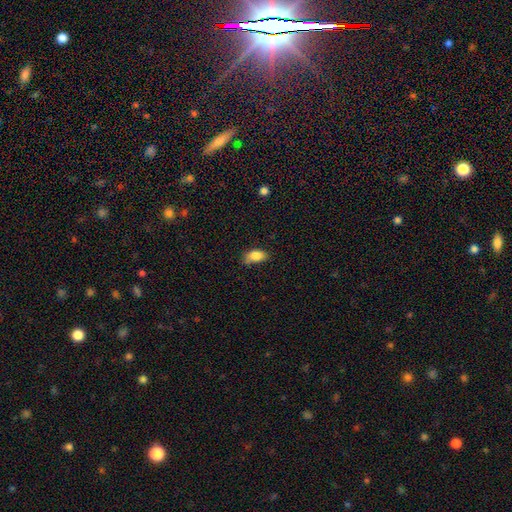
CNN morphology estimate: This is clearly a smooth galaxy (85%). How rounded: clearly in between (90%). Merging: possibly none (53%).